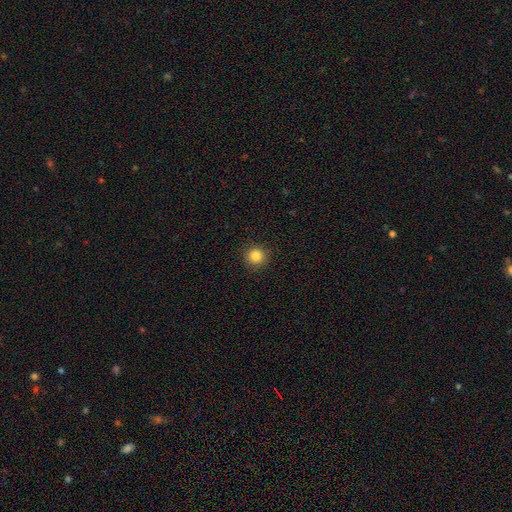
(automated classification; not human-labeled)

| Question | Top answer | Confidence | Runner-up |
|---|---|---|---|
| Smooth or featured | smooth | 84% | star or artifact (11%) |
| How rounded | round | 95% | in between (4%) |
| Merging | none | 91% | minor disturbance (6%) |